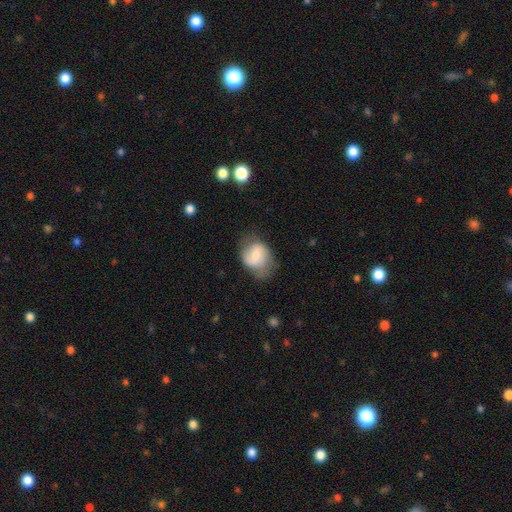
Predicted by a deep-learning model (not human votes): smooth_or_featured: smooth (p=0.55) [alt: featured or disk p=0.37]
how_rounded: in between (p=0.60) [alt: round p=0.39]
merging: none (p=0.53) [alt: minor disturbance p=0.30]